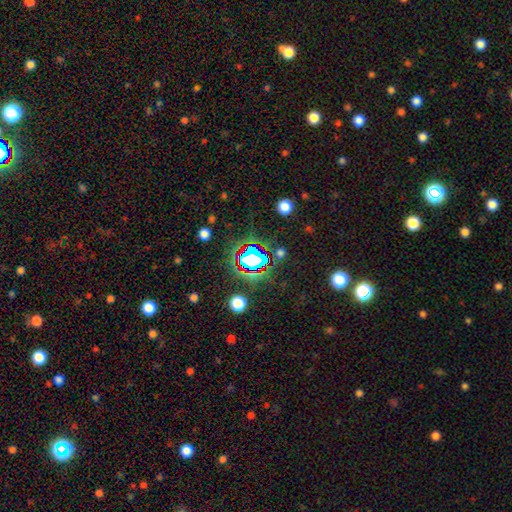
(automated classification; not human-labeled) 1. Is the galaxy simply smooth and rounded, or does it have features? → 60% star or artifact, 25% smooth, 15% featured or disk.